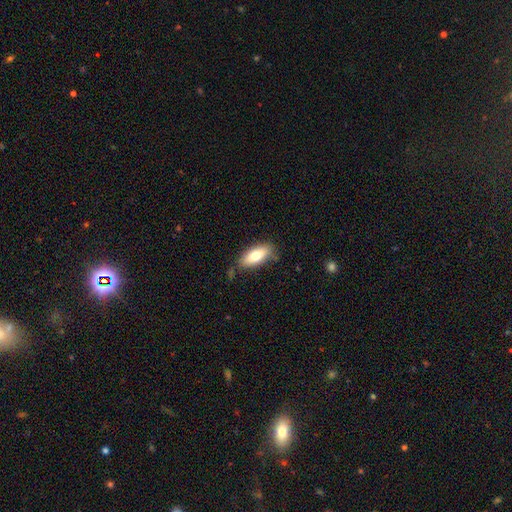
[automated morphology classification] Overall: smooth (74%). How rounded: in between (81%). Merging: none (78%).